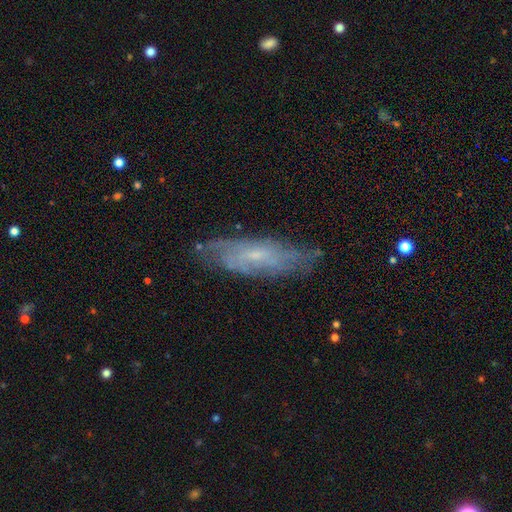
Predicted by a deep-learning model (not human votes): Q: Smooth or featured?
A: featured or disk (66%); runner-up: smooth (26%)
Q: Edge-on disk?
A: no (74%); runner-up: yes (26%)
Q: Merging?
A: none (74%); runner-up: minor disturbance (19%)